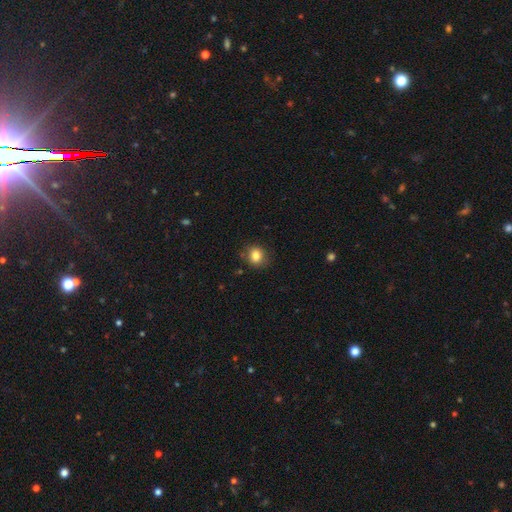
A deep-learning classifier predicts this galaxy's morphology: This appears to be a smooth galaxy with no disk features (83%) that is round (72%). Merging: none (82%).